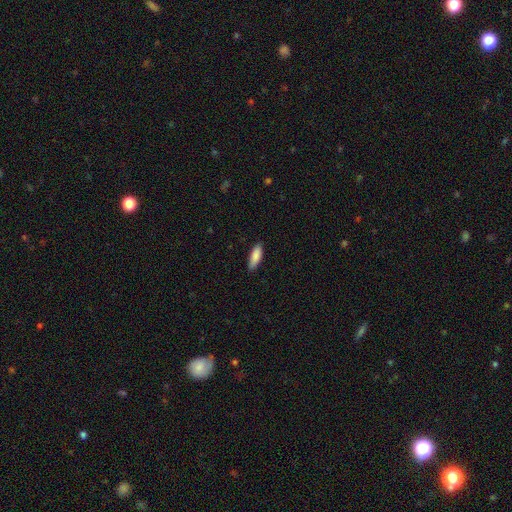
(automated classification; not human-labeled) Smooth or featured? Predicted: smooth (p=0.87). How rounded? Predicted: in between (p=0.55). Merging? Predicted: none (p=0.87).